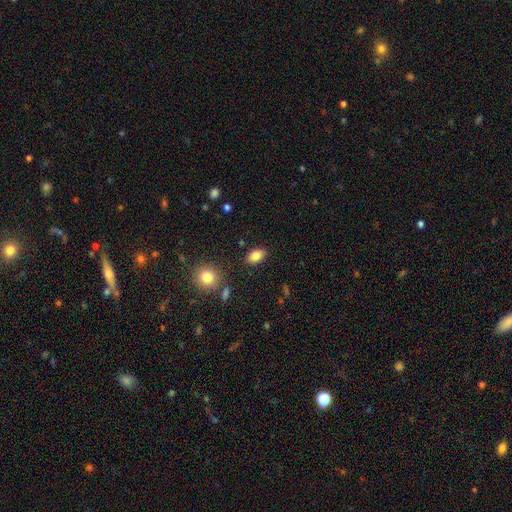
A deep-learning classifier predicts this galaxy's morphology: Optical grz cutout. It shows a smooth galaxy with no disk features (84%) that is in between round and cigar-shaped (88%). Merging: none (85%).